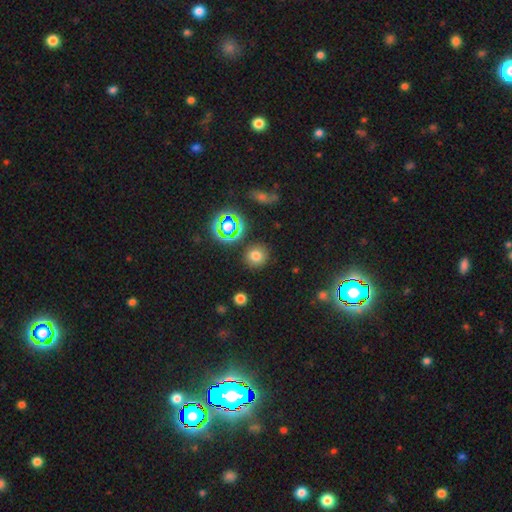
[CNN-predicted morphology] A smooth galaxy with no disk features (73%) that is round (89%). Merging: none (87%).